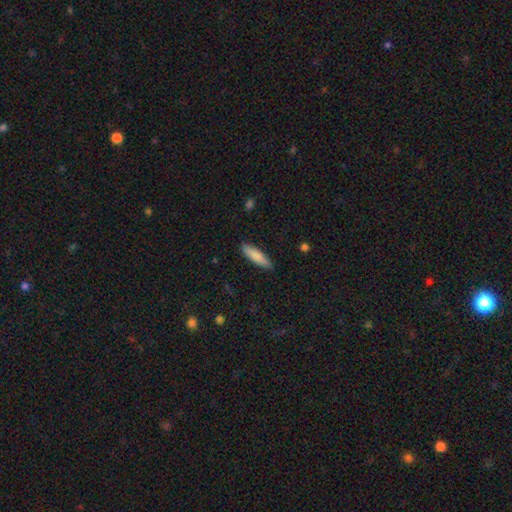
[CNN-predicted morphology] Smooth or featured? smooth (83%)
How rounded? cigar-shaped (76%)
Merging? none (87%)